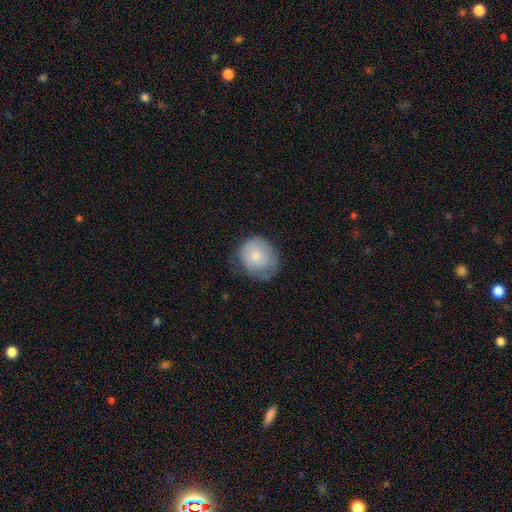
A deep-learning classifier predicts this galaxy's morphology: Smooth or featured? smooth (69%)
How rounded? round (72%)
Merging? none (50%)